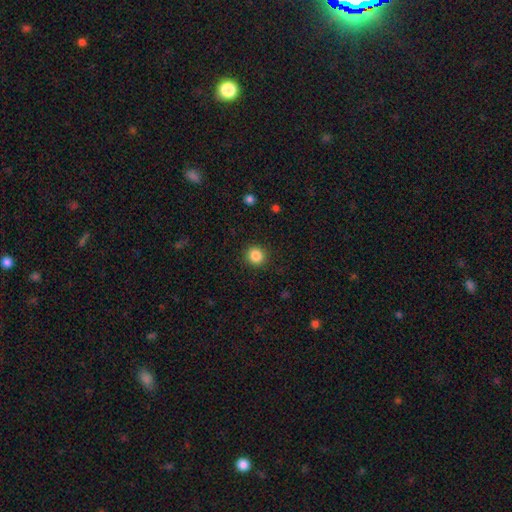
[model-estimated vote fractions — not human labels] Smooth or featured?
  - smooth: 86% *
  - star or artifact: 10%
  - featured or disk: 4%
How rounded?
  - round: 90% *
  - in between: 9%
  - cigar-shaped: 1%
Merging?
  - none: 91% *
  - minor disturbance: 6%
  - major disturbance: 2%
  - merger: 1%